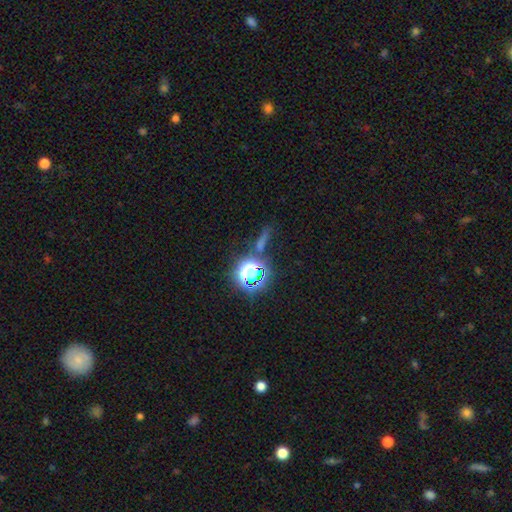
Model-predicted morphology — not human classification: smooth-or-featured: star or artifact: 73% | smooth: 19% | featured or disk: 8%